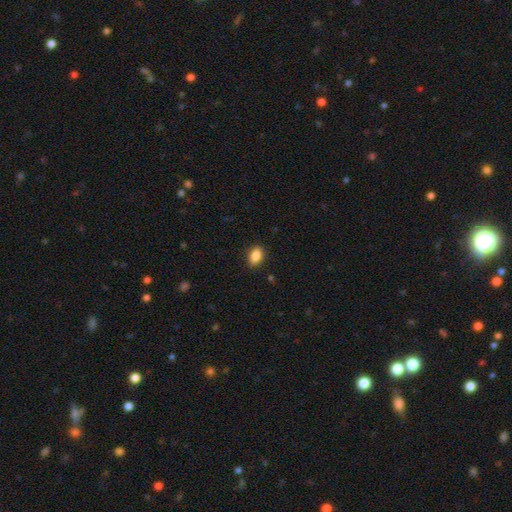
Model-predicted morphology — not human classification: Q: Smooth or featured?
A: smooth (88%); runner-up: star or artifact (8%)
Q: How rounded?
A: in between (86%); runner-up: round (12%)
Q: Merging?
A: none (87%); runner-up: minor disturbance (10%)